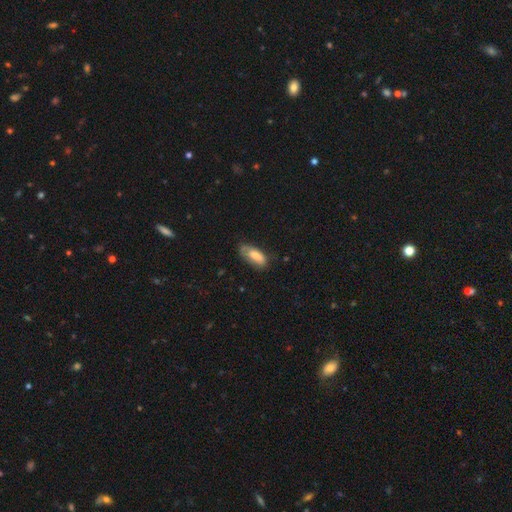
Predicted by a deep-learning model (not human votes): A smooth galaxy with no disk features (72%) that is in between round and cigar-shaped (84%). Merging: none (55%).